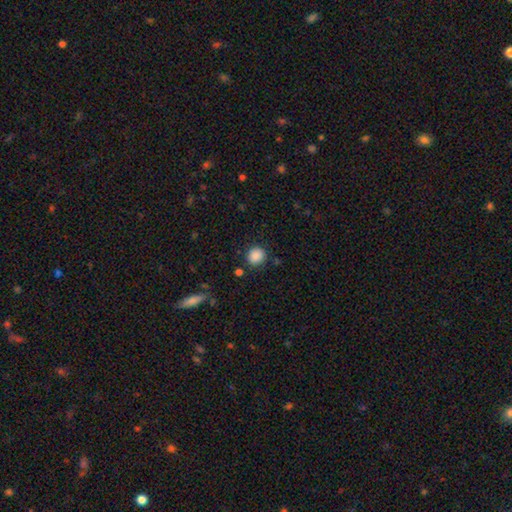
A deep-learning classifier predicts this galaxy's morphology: A smooth galaxy with no disk features (88%) that is round (75%). Merging: none (85%).